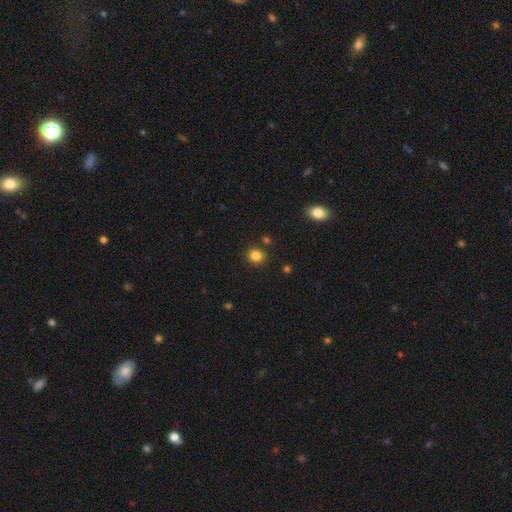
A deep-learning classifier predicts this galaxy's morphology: smooth_or_featured: smooth (p=0.83) [alt: star or artifact p=0.12]
how_rounded: round (p=0.77) [alt: in between p=0.22]
merging: none (p=0.86) [alt: minor disturbance p=0.08]